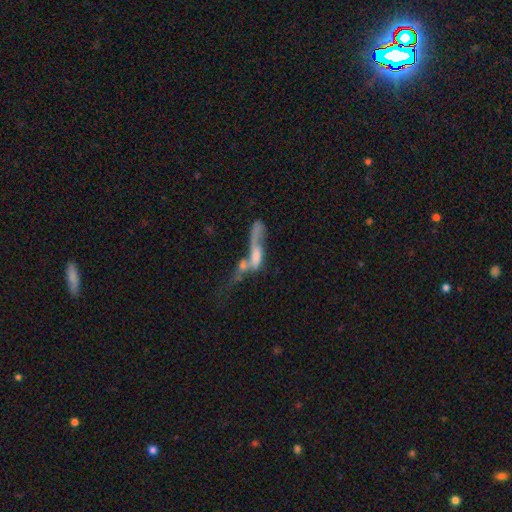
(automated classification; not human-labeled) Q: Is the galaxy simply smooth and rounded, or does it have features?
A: featured or disk — 50%.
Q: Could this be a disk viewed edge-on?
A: no — 73%.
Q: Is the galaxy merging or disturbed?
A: merger — 52%.